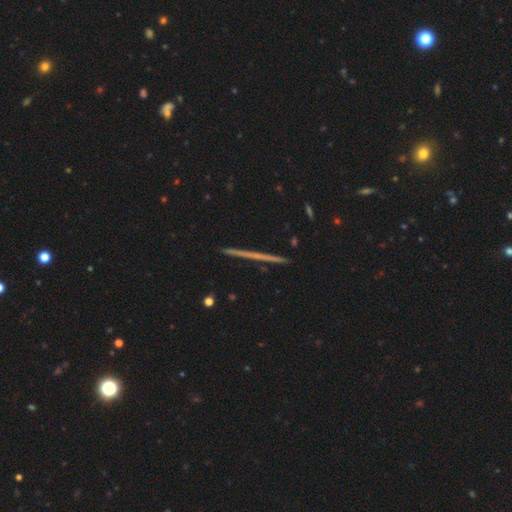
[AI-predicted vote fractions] Smooth or featured? featured or disk (60%)
Edge-on disk? yes (97%)
Edge-on bulge? none (82%)
Merging? none (91%)